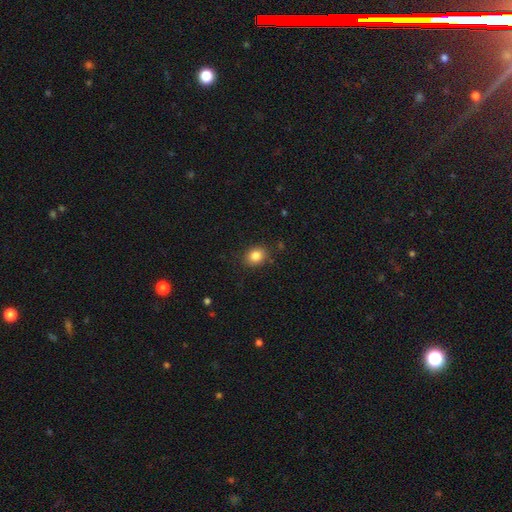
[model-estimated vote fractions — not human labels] smooth_or_featured: smooth (p=0.84) [alt: star or artifact p=0.10]
how_rounded: round (p=0.55) [alt: in between p=0.44]
merging: none (p=0.86) [alt: minor disturbance p=0.10]